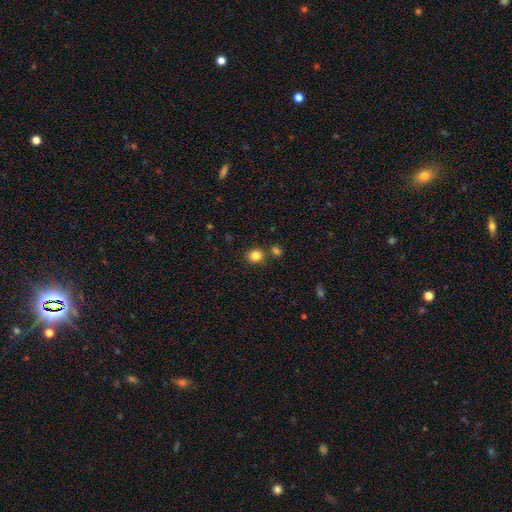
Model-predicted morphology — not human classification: smooth 83%, star or artifact 12%, featured or disk 5%. Down the decision tree: how rounded — round (78%); merging — none (78%).